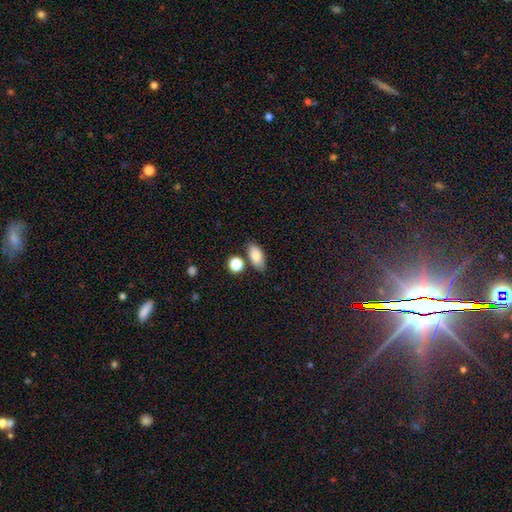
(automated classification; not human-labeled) Q: Smooth or featured?
A: smooth (83%); runner-up: featured or disk (9%)
Q: How rounded?
A: in between (86%); runner-up: cigar-shaped (8%)
Q: Merging?
A: none (74%); runner-up: minor disturbance (13%)